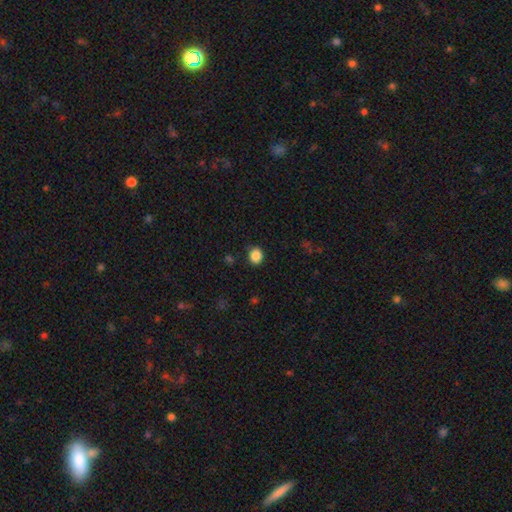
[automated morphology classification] Overall: smooth (87%). How rounded: round (64%; in between 35%). Merging: none (85%).